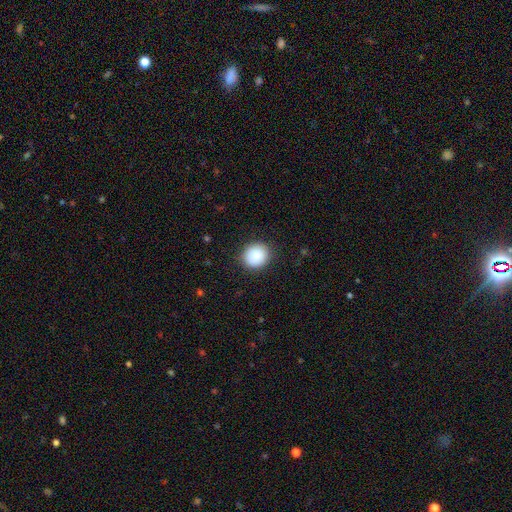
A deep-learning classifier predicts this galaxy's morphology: smooth-or-featured: smooth: 89% | star or artifact: 8% | featured or disk: 3%
  how-rounded: round: 87% | in between: 13% | cigar-shaped: 1%
  merging: none: 88% | minor disturbance: 8% | major disturbance: 3% | merger: 1%